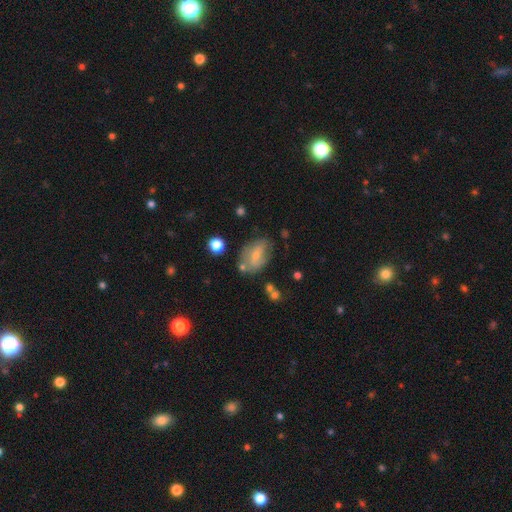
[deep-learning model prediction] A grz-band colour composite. It shows a smooth galaxy with no disk features (54%) that is in between round and cigar-shaped (84%). Merging: none (60%).